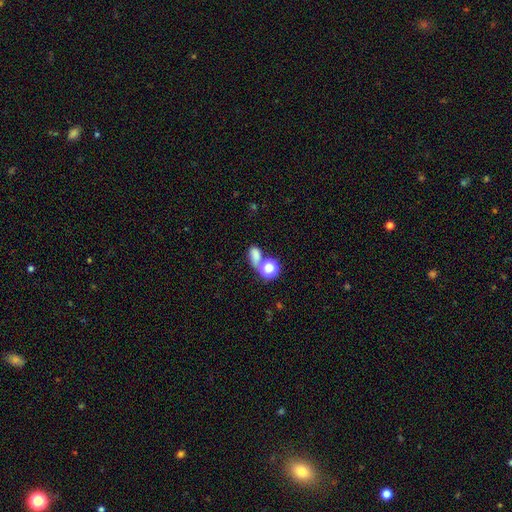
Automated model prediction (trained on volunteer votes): Smooth or featured? smooth (71%)
How rounded? in between (65%)
Merging? none (41%)